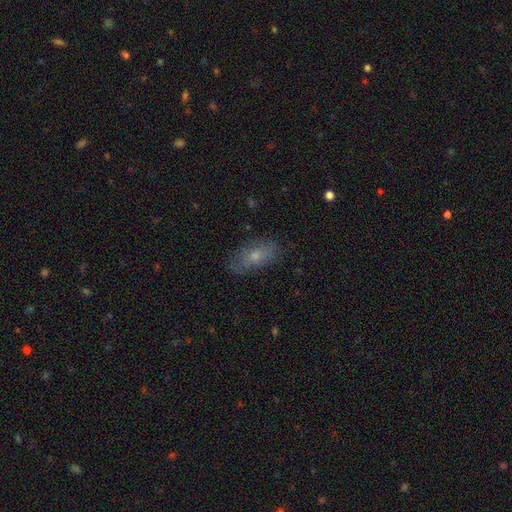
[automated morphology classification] The model was most divided on "smooth or featured": smooth: 63%, featured or disk: 27%, star or artifact: 9%. More confident: how rounded — in between (84%); merging — none (74%).